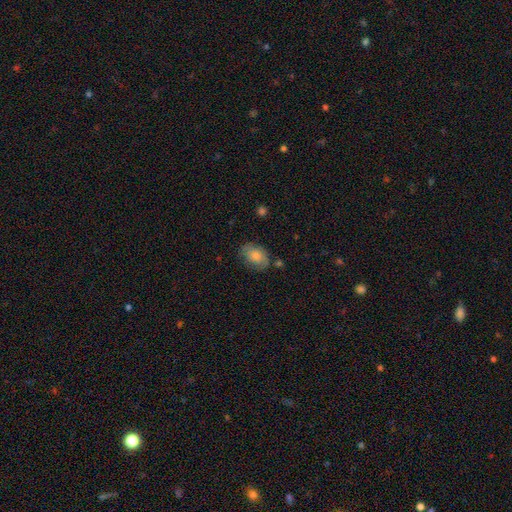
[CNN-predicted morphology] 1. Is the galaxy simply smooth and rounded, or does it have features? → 67% smooth, 25% featured or disk, 7% star or artifact.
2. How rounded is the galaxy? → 80% in between, 18% round, 1% cigar-shaped.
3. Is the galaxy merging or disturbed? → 69% none, 22% minor disturbance, 6% major disturbance, 3% merger.